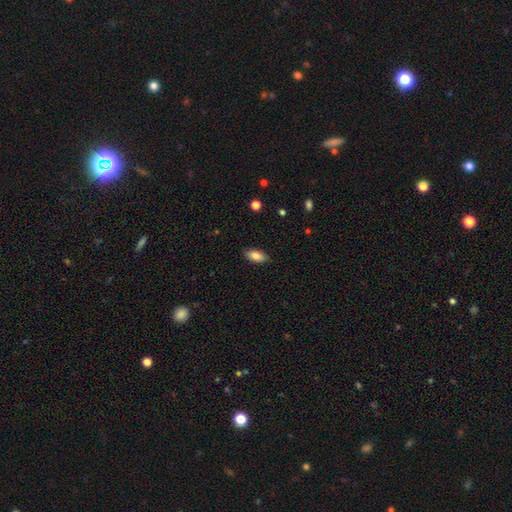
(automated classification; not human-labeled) Smooth or featured: smooth — 83% (featured or disk — 10%)
How rounded: in between — 87% (cigar-shaped — 11%)
Merging: none — 88% (minor disturbance — 9%)